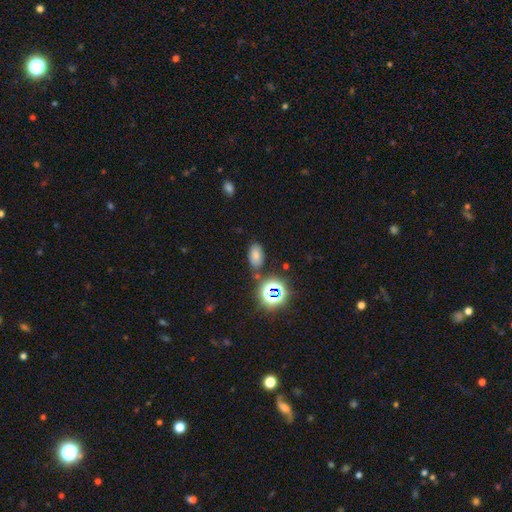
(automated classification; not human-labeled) The model was most divided on "smooth or featured": smooth: 65%, star or artifact: 24%, featured or disk: 10%. More confident: how rounded — in between (89%); merging — none (76%).